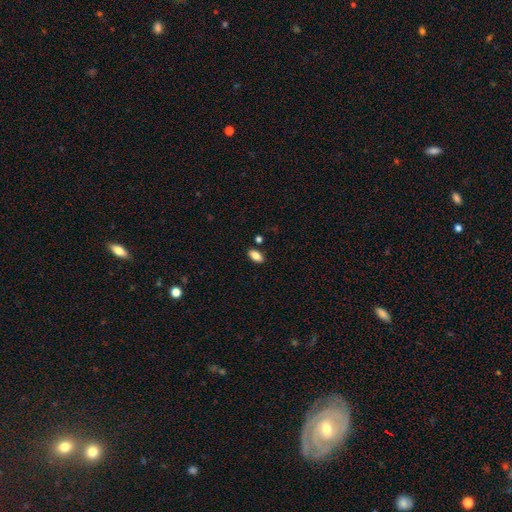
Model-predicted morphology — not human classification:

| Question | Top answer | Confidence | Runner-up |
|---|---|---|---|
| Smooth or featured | smooth | 85% | star or artifact (8%) |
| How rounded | in between | 92% | cigar-shaped (5%) |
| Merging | none | 86% | minor disturbance (9%) |